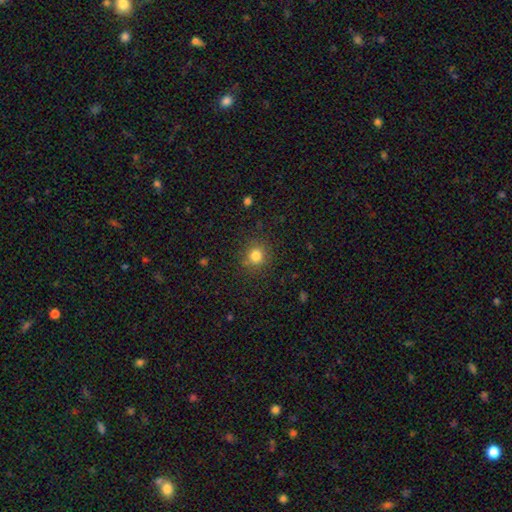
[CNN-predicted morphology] Smooth or featured: smooth — 81% (star or artifact — 13%)
How rounded: round — 88% (in between — 11%)
Merging: none — 86% (minor disturbance — 9%)